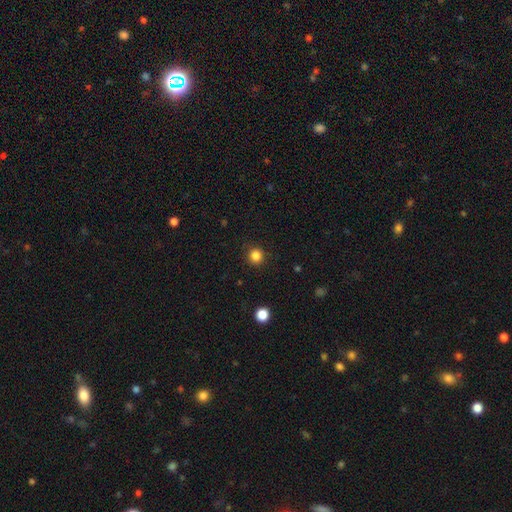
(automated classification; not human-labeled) Smooth or featured? Predicted: smooth (p=0.84). How rounded? Predicted: round (p=0.93). Merging? Predicted: none (p=0.91).